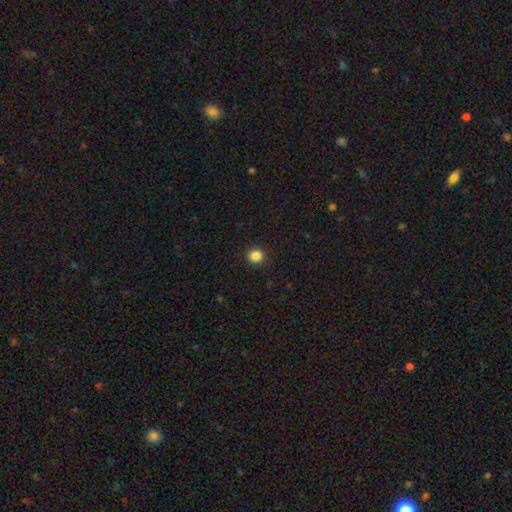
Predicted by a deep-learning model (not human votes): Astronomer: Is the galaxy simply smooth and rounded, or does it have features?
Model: smooth — 85%.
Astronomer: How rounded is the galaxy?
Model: round — 93%.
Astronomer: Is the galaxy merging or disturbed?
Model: none — 92%.